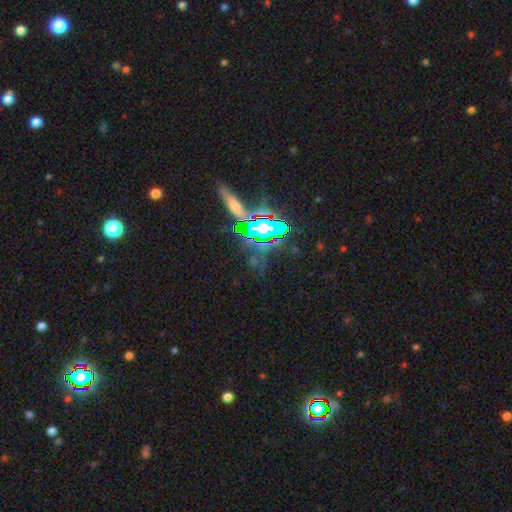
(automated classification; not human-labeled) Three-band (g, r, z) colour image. It shows a star or artifact, not a galaxy (78%).